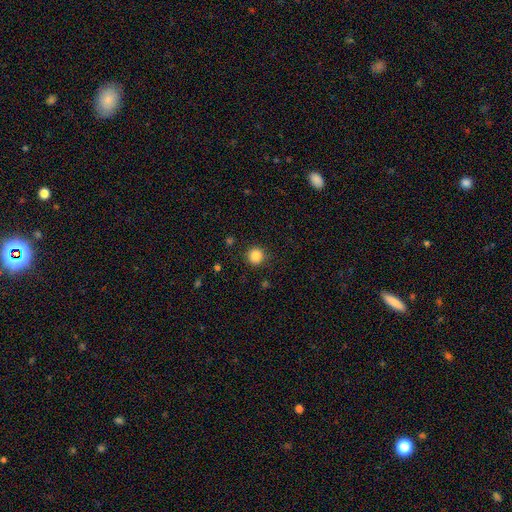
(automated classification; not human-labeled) smooth-or-featured: smooth: 86% | star or artifact: 11% | featured or disk: 4%
  how-rounded: round: 94% | in between: 5% | cigar-shaped: 1%
  merging: none: 90% | minor disturbance: 6% | major disturbance: 2% | merger: 1%